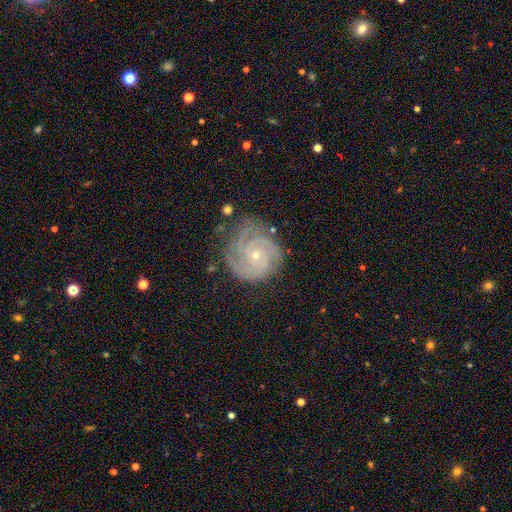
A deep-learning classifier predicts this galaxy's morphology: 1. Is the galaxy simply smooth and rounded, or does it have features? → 89% featured or disk, 6% smooth, 6% star or artifact.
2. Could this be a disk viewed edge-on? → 98% no, 2% yes.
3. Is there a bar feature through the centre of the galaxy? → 76% no, 20% weak, 5% strong.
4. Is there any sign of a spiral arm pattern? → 98% yes, 2% no.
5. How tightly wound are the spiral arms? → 72% tight, 25% medium, 3% loose.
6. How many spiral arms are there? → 46% 3, 20% 4, 13% 2, 11% can't tell, 5% more than 4, 5% 1.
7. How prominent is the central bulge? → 79% small, 18% moderate, 1% none, 1% large, 1% dominant.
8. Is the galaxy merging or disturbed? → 74% none, 19% minor disturbance, 6% major disturbance, 2% merger.